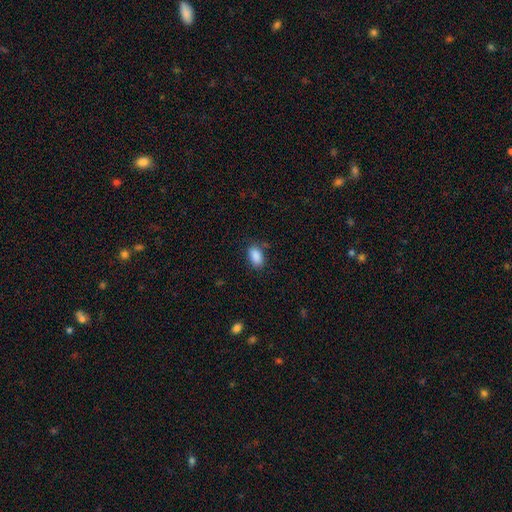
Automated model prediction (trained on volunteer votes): smooth-or-featured: smooth: 88% | star or artifact: 8% | featured or disk: 4%
  how-rounded: in between: 91% | round: 6% | cigar-shaped: 2%
  merging: none: 79% | minor disturbance: 15% | major disturbance: 4% | merger: 2%